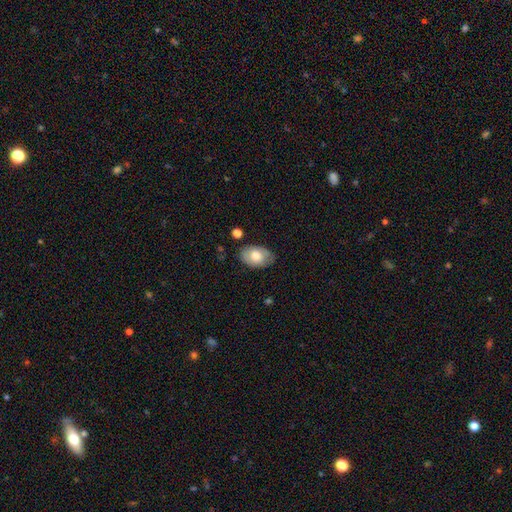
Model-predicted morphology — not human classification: Smooth or featured? Predicted: smooth (p=0.70). How rounded? Predicted: in between (p=0.88). Merging? Predicted: none (p=0.75).